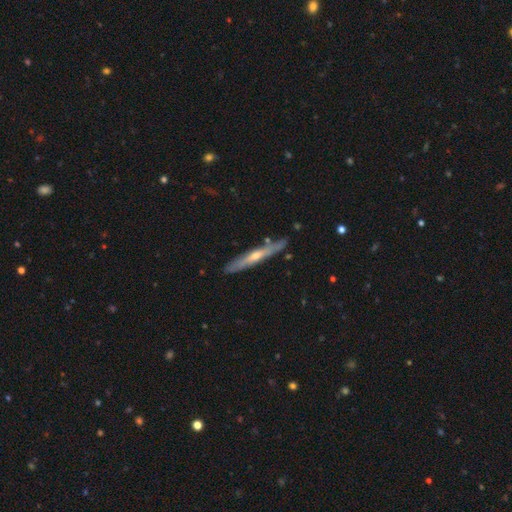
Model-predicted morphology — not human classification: type=featured or disk (64%); edge-on=yes (92%); edge-on bulge=rounded (69%); merging=none (83%).